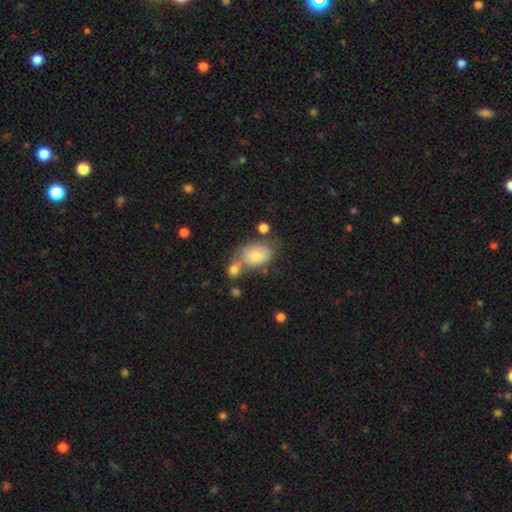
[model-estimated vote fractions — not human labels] Q: Smooth or featured?
A: smooth (74%); runner-up: featured or disk (17%)
Q: How rounded?
A: in between (81%); runner-up: round (18%)
Q: Merging?
A: none (44%); runner-up: merger (29%)